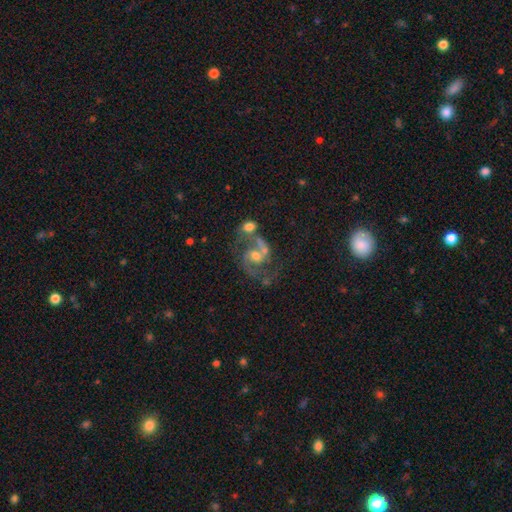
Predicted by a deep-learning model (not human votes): smooth-or-featured: featured or disk: 83% | smooth: 9% | star or artifact: 8%
  disk-edge-on: no: 98% | yes: 2%
    bar: no: 53% | weak: 37% | strong: 10%
    has-spiral-arms: yes: 94% | no: 6%
      spiral-winding: medium: 54% | loose: 33% | tight: 13%
      spiral-arm-count: 2: 88% | 1: 5% | can't tell: 4% | 3: 2% | 4: 1% | more than 4: 1%
    bulge-size: moderate: 58% | small: 29% | large: 7% | none: 4% | dominant: 1%
  merging: none: 37% | merger: 35% | major disturbance: 14% | minor disturbance: 14%